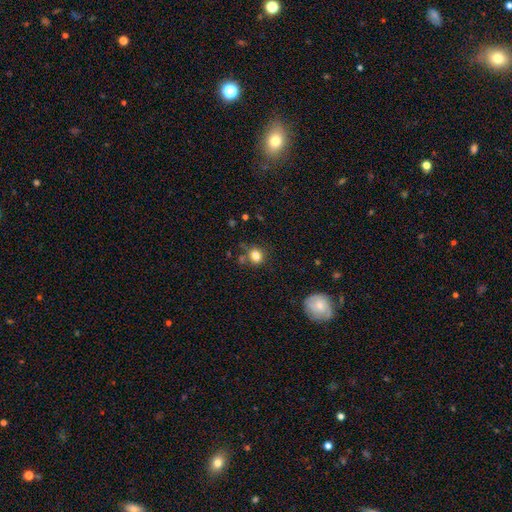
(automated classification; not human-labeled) Morphology: type=smooth (81%); roundness=round (79%); merging=none (70%).